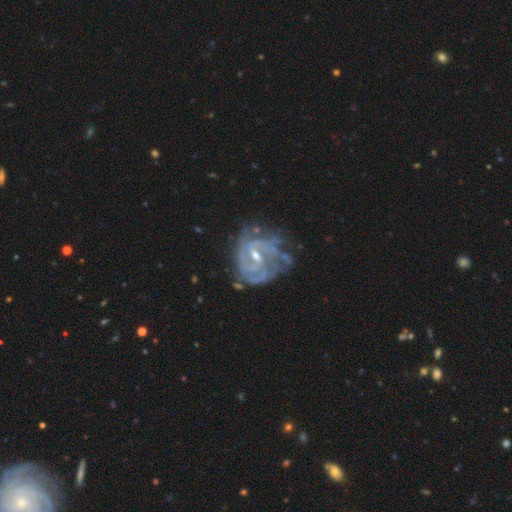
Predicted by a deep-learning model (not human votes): The model was most divided on "bulge size": small: 51%, moderate: 44%, none: 2%, large: 1%, dominant: 1%. Remaining: edge-on disk — no (98%); spiral arms — yes (92%); smooth or featured — featured or disk (86%); spiral winding — tight (62%); merging — none (53%); bar — weak (50%); spiral arm count — can't tell (35%).